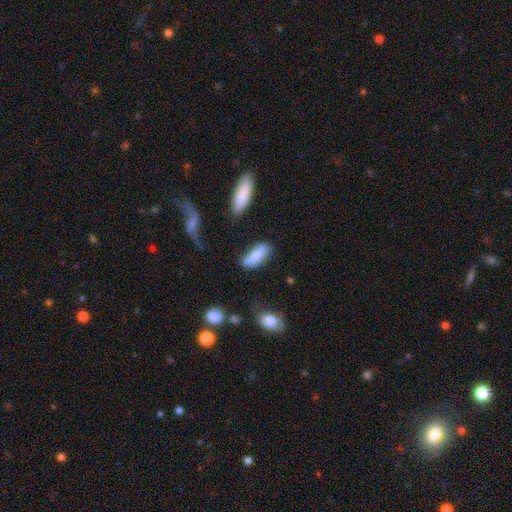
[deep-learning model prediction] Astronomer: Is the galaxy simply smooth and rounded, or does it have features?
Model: smooth — 78%.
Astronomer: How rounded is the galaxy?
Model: in between — 59% (runner-up: cigar-shaped, 38%).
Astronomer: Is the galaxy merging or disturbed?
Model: none — 68%.